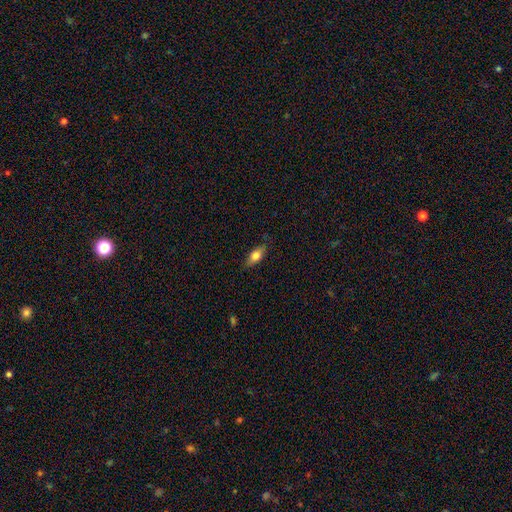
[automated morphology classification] Smooth or featured? smooth (74%)
How rounded? in between (79%)
Merging? none (82%)